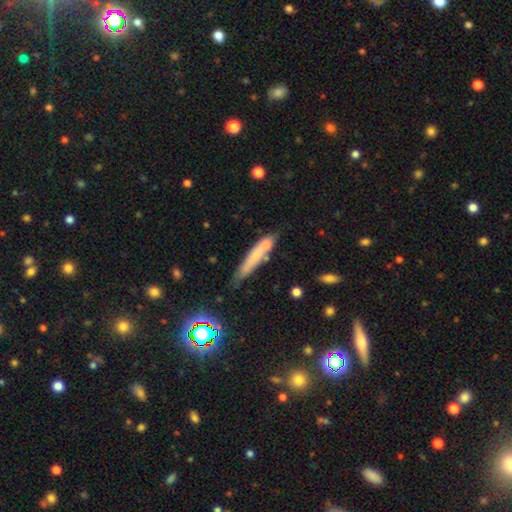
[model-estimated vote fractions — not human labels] This appears to be a smooth galaxy with no disk features (62%) that is cigar-shaped (88%). Merging: none (60%).